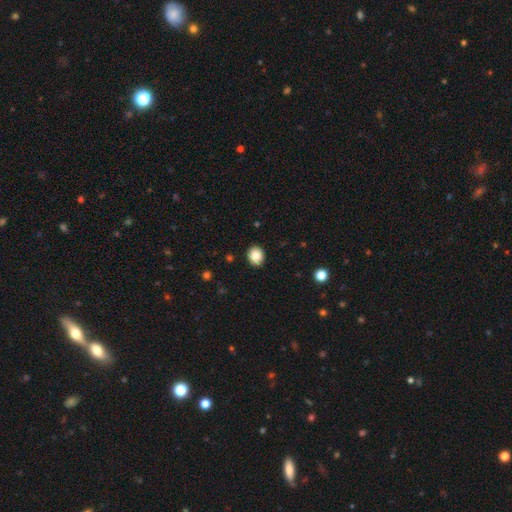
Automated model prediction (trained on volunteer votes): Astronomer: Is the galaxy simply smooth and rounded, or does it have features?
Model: smooth — 86%.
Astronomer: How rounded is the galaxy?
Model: round — 66%.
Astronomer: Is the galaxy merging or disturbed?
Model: none — 90%.